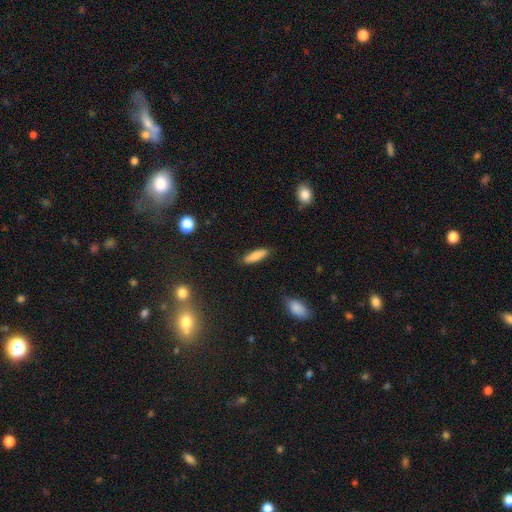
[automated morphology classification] The model was most divided on "how rounded": cigar-shaped: 60%, in between: 38%, round: 2%. More confident: merging — none (86%); smooth or featured — smooth (83%).